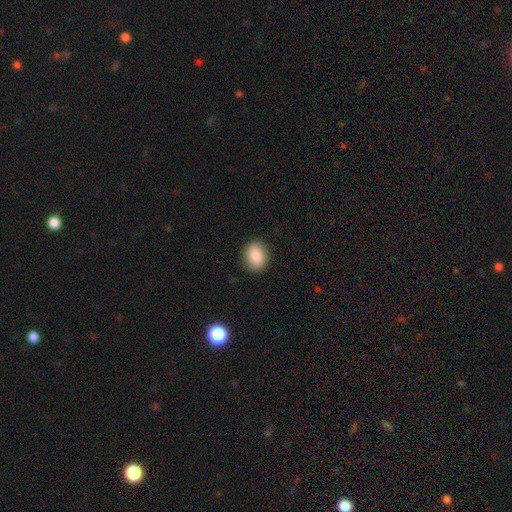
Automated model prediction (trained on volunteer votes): The model was most divided on "how rounded": in between: 60%, round: 39%, cigar-shaped: 1%. More confident: merging — none (88%); smooth or featured — smooth (87%).